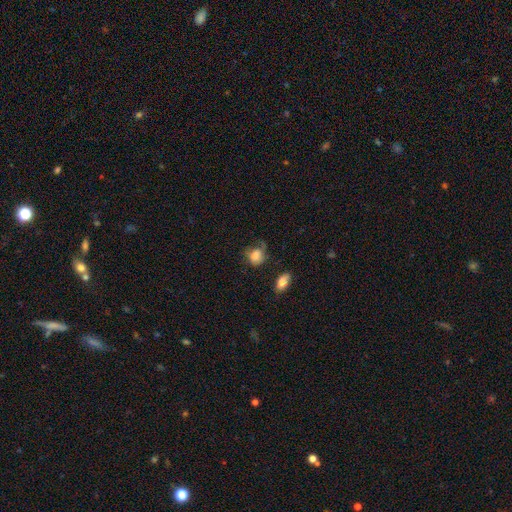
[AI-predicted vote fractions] Smooth or featured: smooth — 76% (featured or disk — 15%)
How rounded: round — 50% (in between — 49%)
Merging: none — 41% (minor disturbance — 30%)